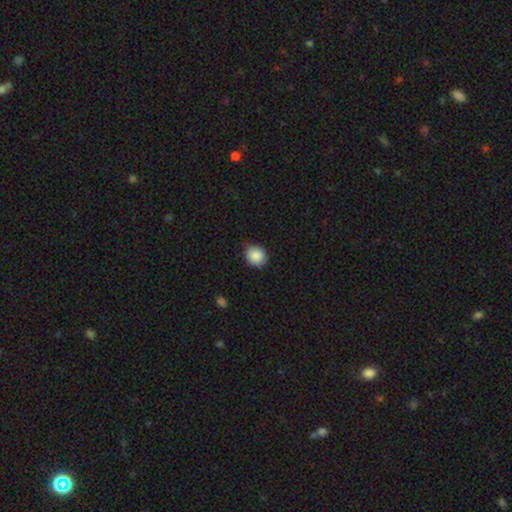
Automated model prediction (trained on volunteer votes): Morphology: type=smooth (87%); roundness=round (70%); merging=none (82%).